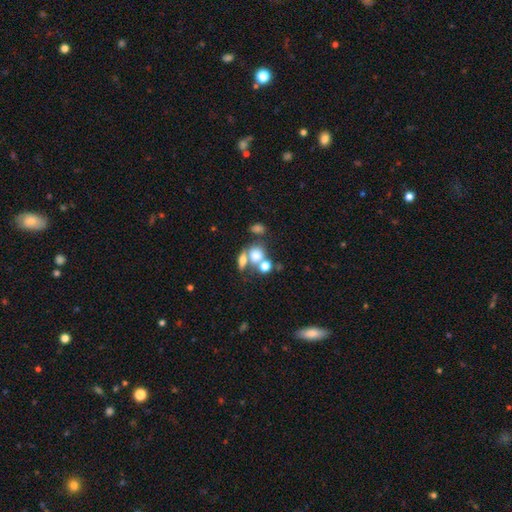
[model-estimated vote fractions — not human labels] A smooth galaxy with no disk features (67%) that is round (59%). Merging: merger (43%).